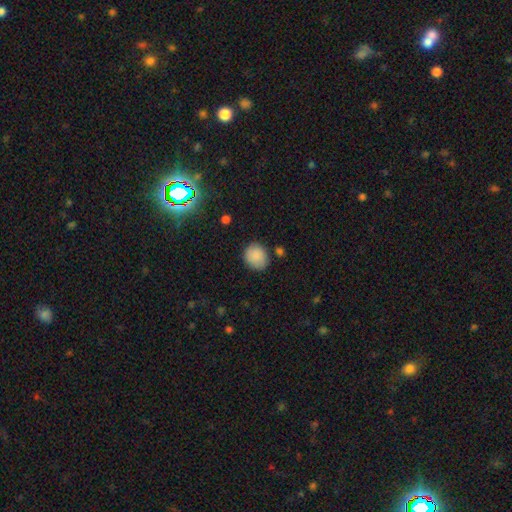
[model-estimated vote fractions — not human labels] This is clearly a smooth galaxy (87%). How rounded: likely round (72%). Merging: likely none (79%).